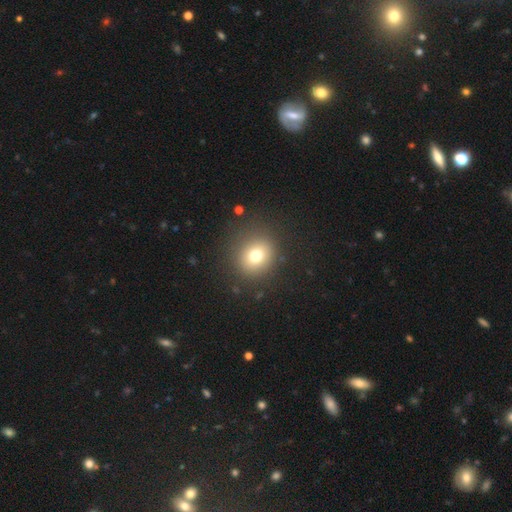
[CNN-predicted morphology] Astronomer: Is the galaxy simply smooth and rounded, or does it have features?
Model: smooth — 74%.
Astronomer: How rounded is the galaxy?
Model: round — 84%.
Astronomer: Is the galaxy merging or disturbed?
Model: none — 86%.